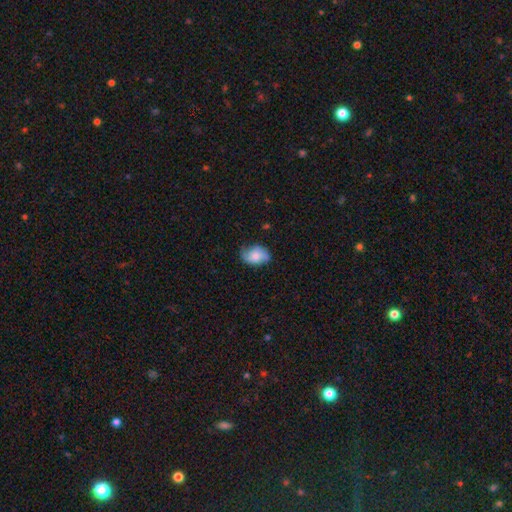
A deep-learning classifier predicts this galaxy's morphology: The model was most divided on "smooth or featured": smooth: 62%, featured or disk: 30%, star or artifact: 8%. More confident: how rounded — in between (81%); merging — none (62%).